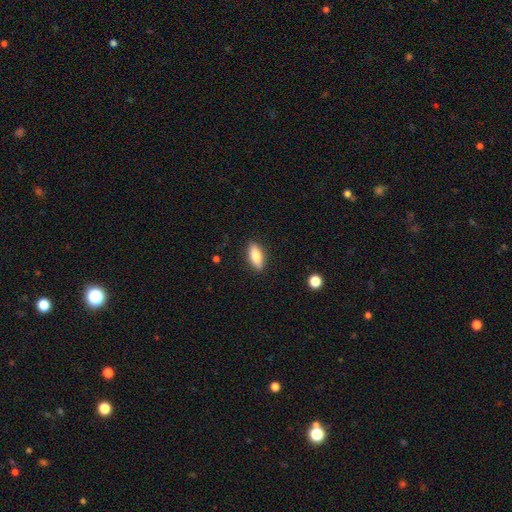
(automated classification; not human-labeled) Morphology: type=smooth (80%); roundness=in between (74%); merging=none (87%).